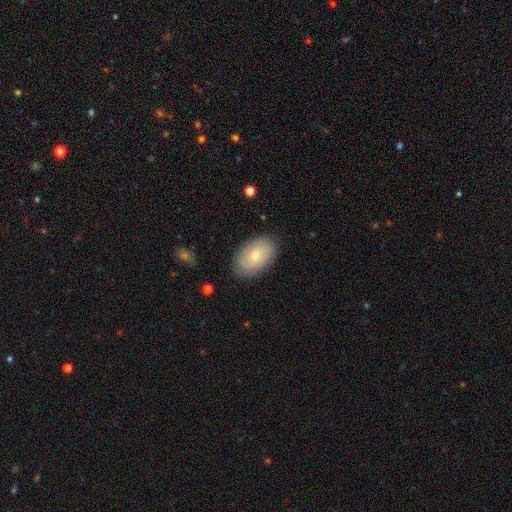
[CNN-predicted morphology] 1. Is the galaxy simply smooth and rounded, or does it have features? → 63% smooth, 30% featured or disk, 7% star or artifact.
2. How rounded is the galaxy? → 91% in between, 8% round, 1% cigar-shaped.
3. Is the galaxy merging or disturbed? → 84% none, 12% minor disturbance, 3% major disturbance, 1% merger.